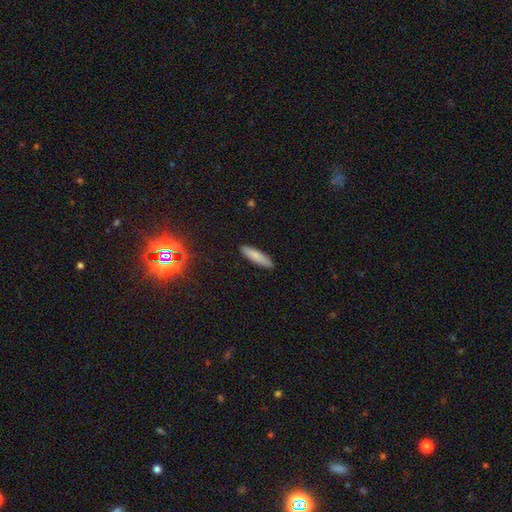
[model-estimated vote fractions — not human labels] smooth 82%, featured or disk 11%, star or artifact 7%. Down the decision tree: how rounded — cigar-shaped (76%); merging — none (89%).